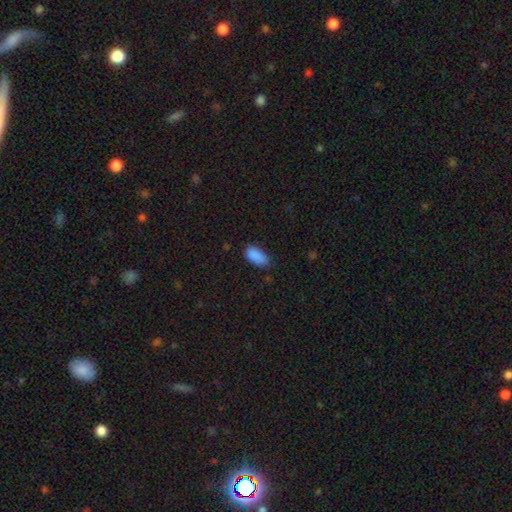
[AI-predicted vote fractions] Overall: smooth (89%). How rounded: in between (92%). Merging: none (76%).